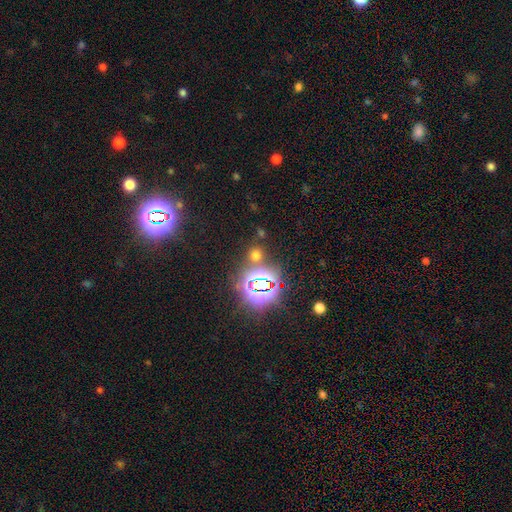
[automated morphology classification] type=star or artifact (48%).